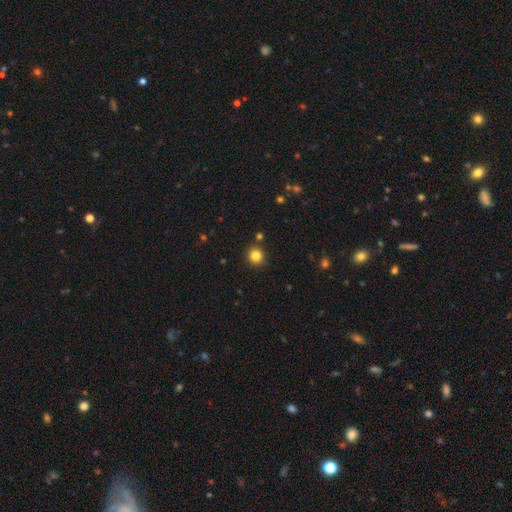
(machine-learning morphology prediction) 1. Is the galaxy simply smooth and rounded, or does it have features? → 83% smooth, 12% star or artifact, 5% featured or disk.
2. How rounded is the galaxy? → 92% round, 7% in between, 1% cigar-shaped.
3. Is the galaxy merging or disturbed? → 89% none, 6% minor disturbance, 3% merger, 2% major disturbance.